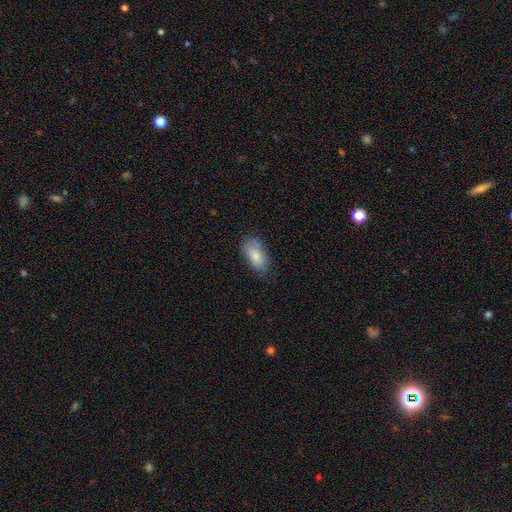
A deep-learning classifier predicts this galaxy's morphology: A smooth galaxy with no disk features (80%) that is in between round and cigar-shaped (93%).

Vote fractions:
- Smooth or featured? smooth: 80% / featured or disk: 14% / star or artifact: 6%
- How rounded? in between: 93% / round: 4% / cigar-shaped: 3%
- Merging? none: 70% / minor disturbance: 23% / major disturbance: 5% / merger: 1%